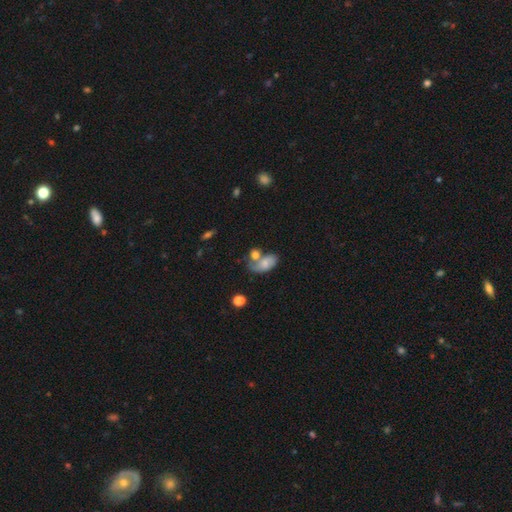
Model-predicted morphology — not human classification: This is likely a smooth galaxy (62%). How rounded: likely in between (79%). Merging: marginally merger (42%).